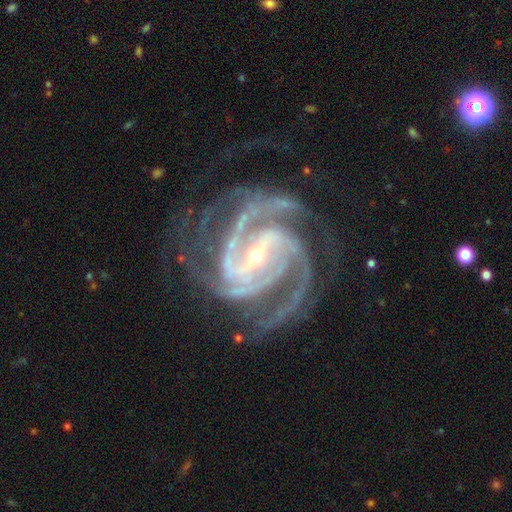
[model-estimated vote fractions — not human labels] A featured or disk galaxy (94%) with a strong bar (58%), 3 (37%) tight (52%) spiral arms (99%) and a small central bulge (72%). Merging: none (71%).